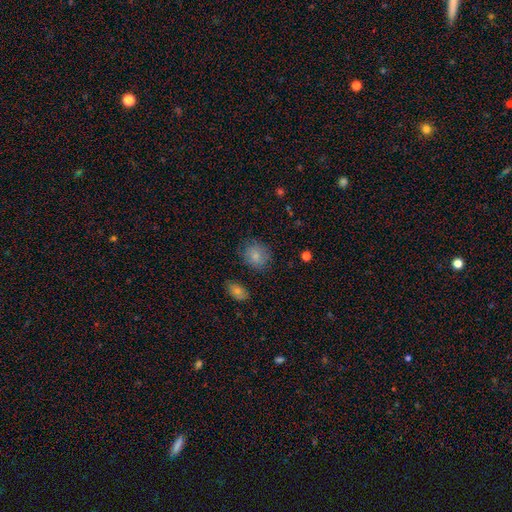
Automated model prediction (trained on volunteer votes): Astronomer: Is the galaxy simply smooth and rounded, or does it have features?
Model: smooth — 80%.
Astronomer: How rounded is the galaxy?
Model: round — 72%.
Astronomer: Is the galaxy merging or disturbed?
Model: none — 75%.